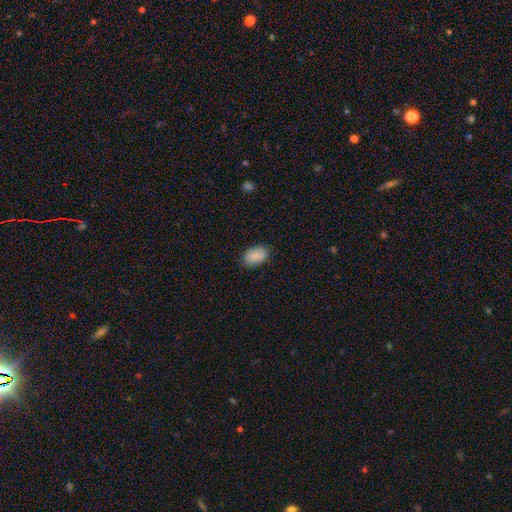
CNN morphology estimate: Overall: smooth (88%). How rounded: in between (90%). Merging: none (85%).